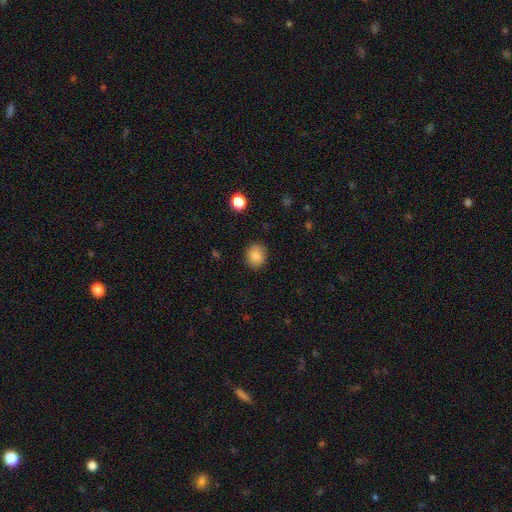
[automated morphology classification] Q: Smooth or featured?
A: smooth (86%); runner-up: star or artifact (9%)
Q: How rounded?
A: round (75%); runner-up: in between (24%)
Q: Merging?
A: none (89%); runner-up: minor disturbance (8%)